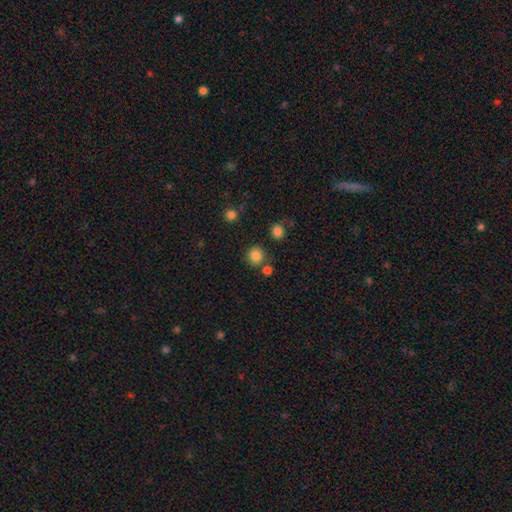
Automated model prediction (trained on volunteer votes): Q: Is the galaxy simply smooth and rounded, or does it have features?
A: smooth — 83%.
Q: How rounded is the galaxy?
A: round — 87%.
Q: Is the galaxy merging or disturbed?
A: none — 77%.